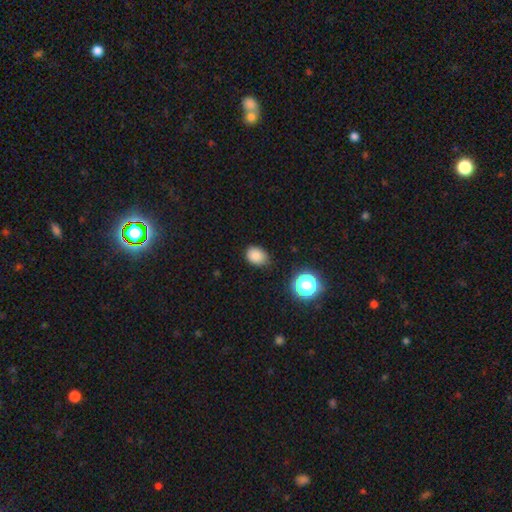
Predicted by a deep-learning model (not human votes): smooth-or-featured: smooth: 83% | star or artifact: 12% | featured or disk: 5%
  how-rounded: in between: 65% | round: 34% | cigar-shaped: 1%
  merging: none: 76% | minor disturbance: 19% | major disturbance: 3% | merger: 2%